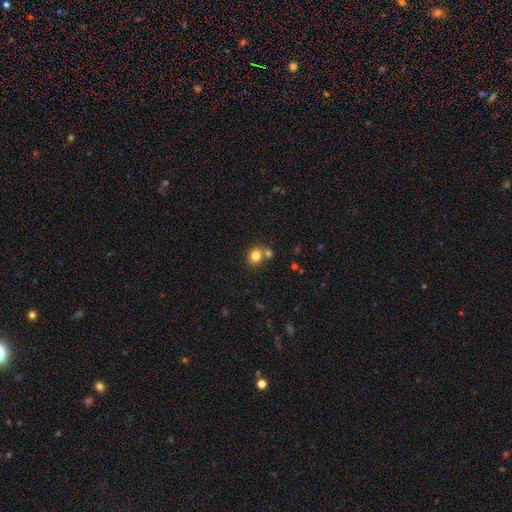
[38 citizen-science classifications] A smooth galaxy with no disk features (97%) that is round (81%).

Vote fractions:
- Smooth or featured? smooth: 97% / star or artifact: 3% / featured or disk: 0%
- How rounded? round: 81% / in between: 19% / cigar-shaped: 0%
- Merging? none: 49% / merger: 32% / minor disturbance: 11% / major disturbance: 8%